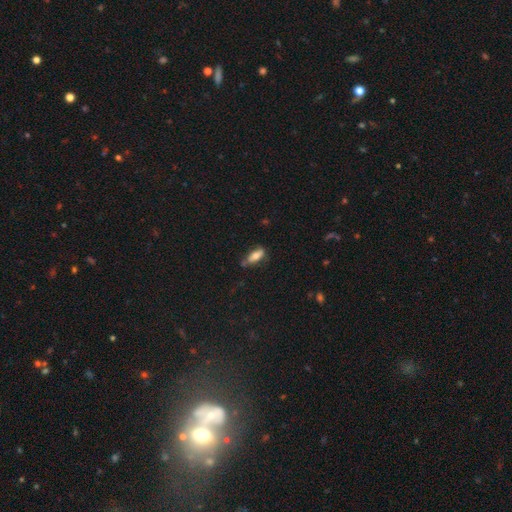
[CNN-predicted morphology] smooth_or_featured: smooth (p=0.66) [alt: featured or disk p=0.26]
how_rounded: in between (p=0.69) [alt: cigar-shaped p=0.28]
merging: none (p=0.57) [alt: minor disturbance p=0.27]